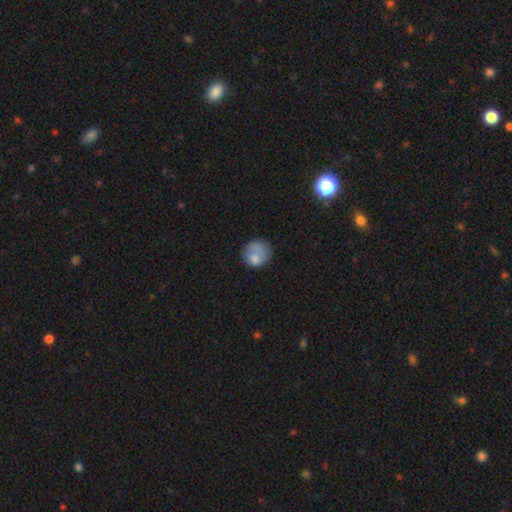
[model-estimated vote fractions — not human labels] smooth 76%, featured or disk 15%, star or artifact 9%. Down the decision tree: how rounded — round (78%); merging — none (54%).